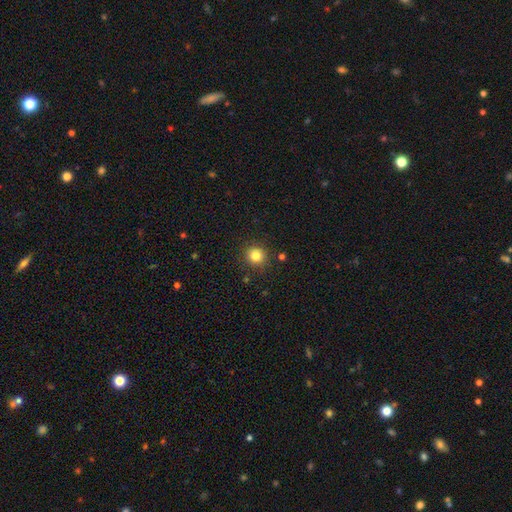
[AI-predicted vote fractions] Morphology: type=smooth (82%); roundness=round (92%); merging=none (89%).